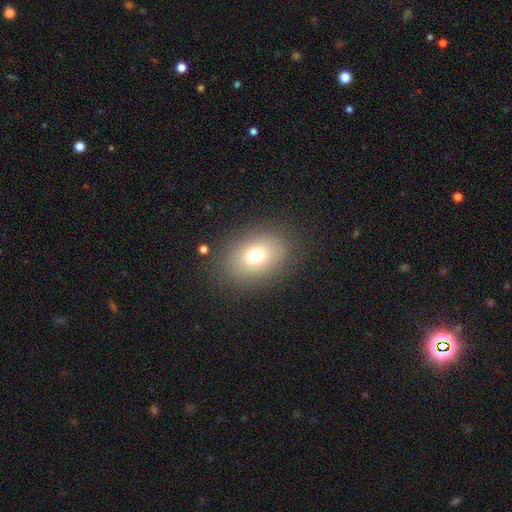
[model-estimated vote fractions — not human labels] Overall: smooth (73%). How rounded: in between (69%; round 30%). Merging: none (83%).